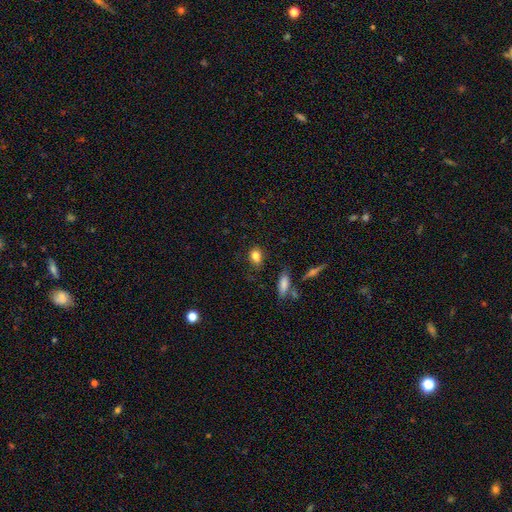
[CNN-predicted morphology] Smooth or featured: smooth — 82% (star or artifact — 10%)
How rounded: in between — 67% (round — 30%)
Merging: none — 74% (minor disturbance — 18%)